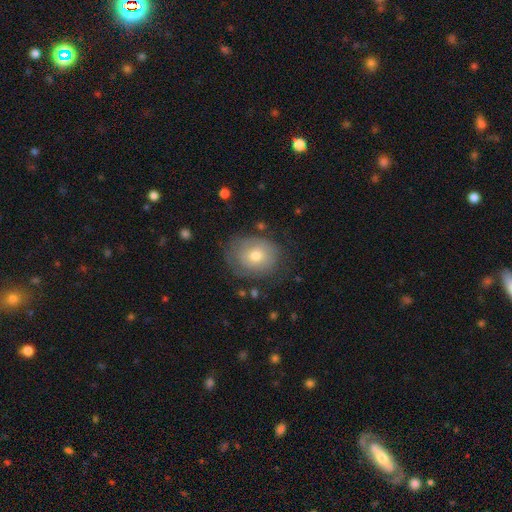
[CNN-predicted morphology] smooth 55%, featured or disk 37%, star or artifact 8%. Down the decision tree: how rounded — round (58%); merging — none (69%).